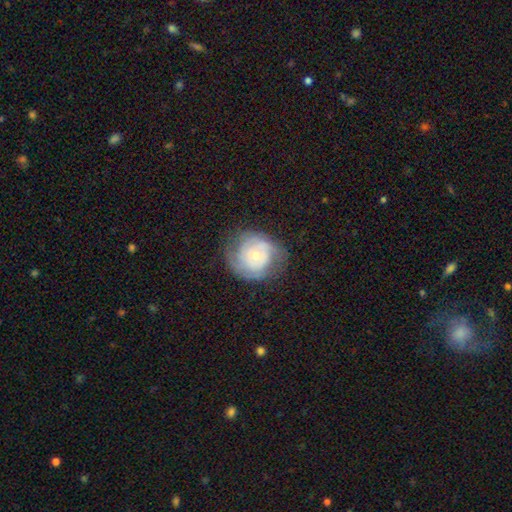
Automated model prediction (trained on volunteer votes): Overall: featured or disk (63%; smooth 30%). Edge-on disk: no (97%). Bar: no (76%). Spiral arms: yes (78%). Bulge size: small (59%; moderate 36%). Merging: none (66%).